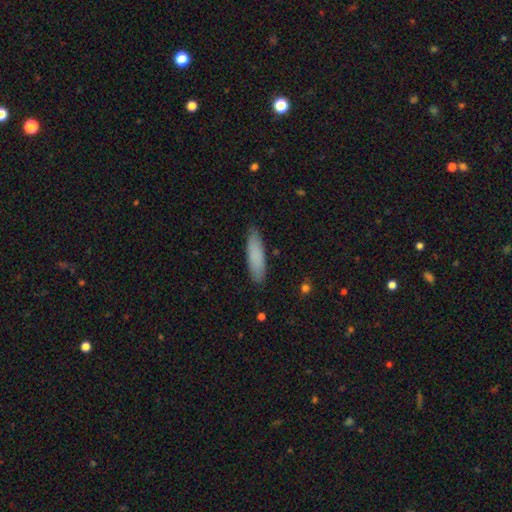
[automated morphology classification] This appears to be a smooth galaxy with no disk features (84%) that is cigar-shaped (69%). Merging: none (86%).